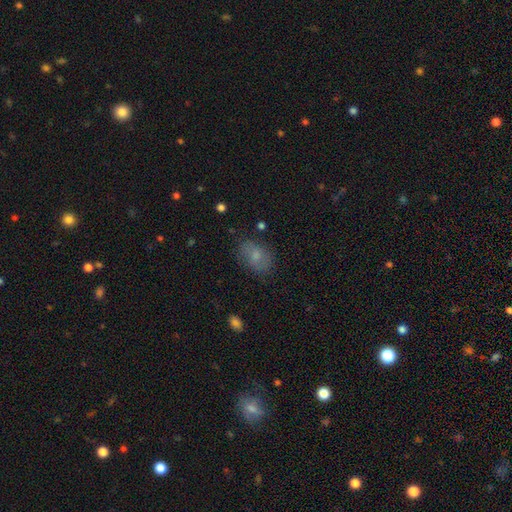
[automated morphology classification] A smooth galaxy with no disk features (69%) that is in between round and cigar-shaped (81%). Merging: none (75%).